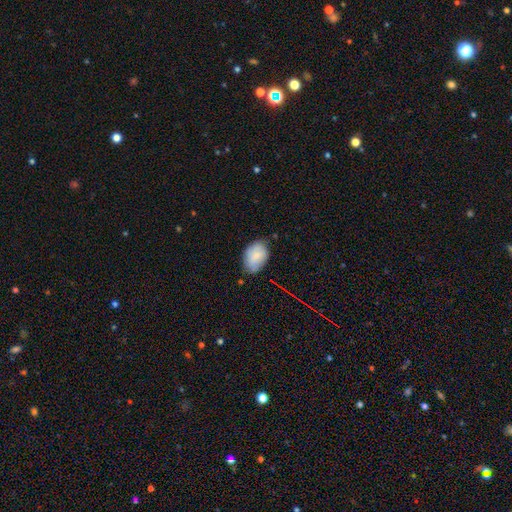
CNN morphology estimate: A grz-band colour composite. It shows a smooth galaxy with no disk features (81%) that is in between round and cigar-shaped (88%). Merging: none (69%).